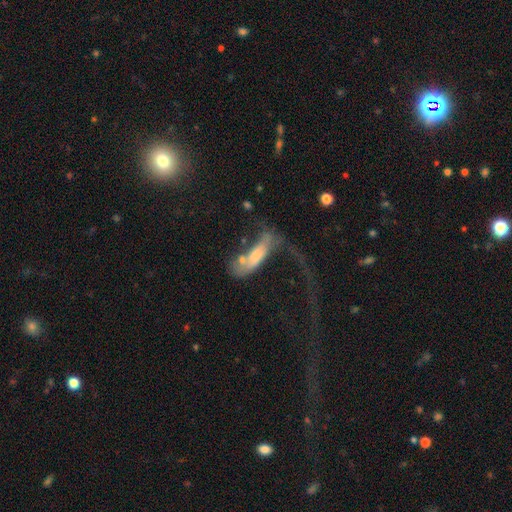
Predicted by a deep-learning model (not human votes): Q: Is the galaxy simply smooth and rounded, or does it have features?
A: smooth — 53%.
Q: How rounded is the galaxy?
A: in between — 51%.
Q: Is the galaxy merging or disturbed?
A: major disturbance — 47%.